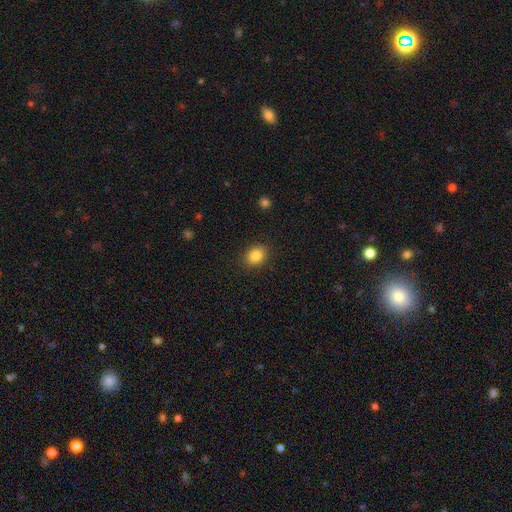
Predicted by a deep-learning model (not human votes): Morphology: type=smooth (85%); roundness=round (51%); merging=none (88%).